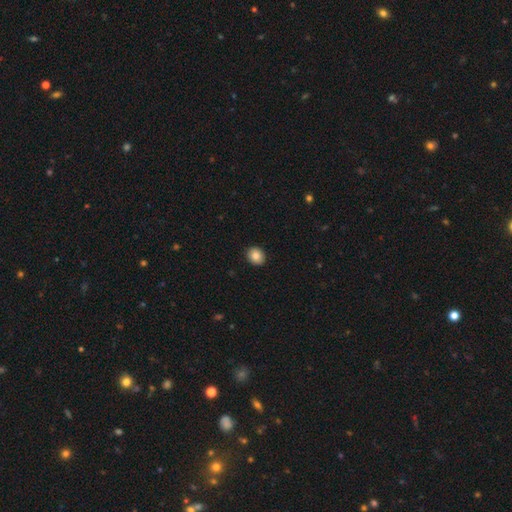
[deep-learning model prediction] Morphology: type=smooth (84%); roundness=round (68%); merging=none (92%).